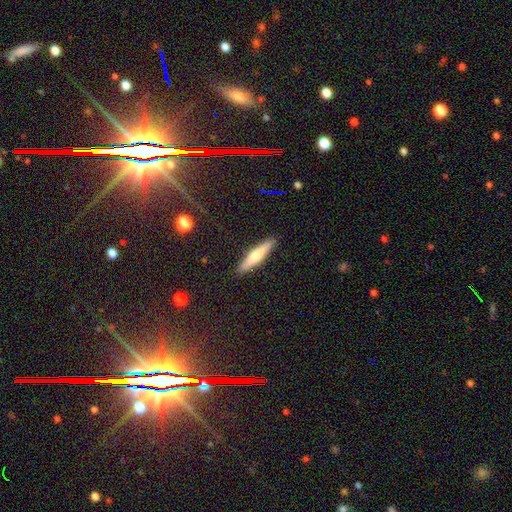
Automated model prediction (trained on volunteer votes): Smooth or featured: smooth — 55% (featured or disk — 39%)
How rounded: cigar-shaped — 87% (in between — 12%)
Merging: none — 91% (minor disturbance — 7%)